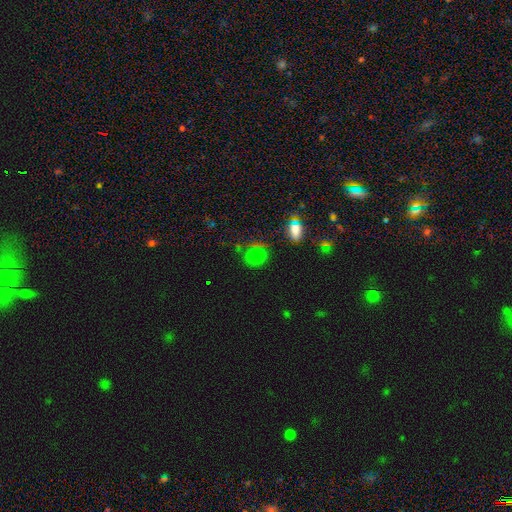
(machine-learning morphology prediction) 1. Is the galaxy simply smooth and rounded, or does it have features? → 61% smooth, 31% star or artifact, 8% featured or disk.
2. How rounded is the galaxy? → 78% round, 20% in between, 2% cigar-shaped.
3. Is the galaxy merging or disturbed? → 76% none, 14% minor disturbance, 6% major disturbance, 4% merger.